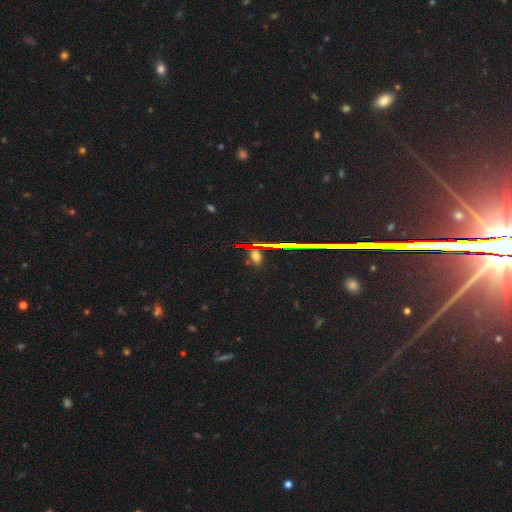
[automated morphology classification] A star or artifact, not a galaxy (48%).